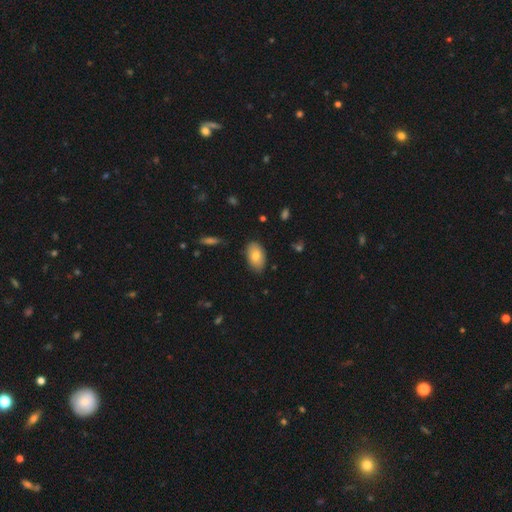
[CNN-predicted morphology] type=smooth (77%); roundness=in between (93%); merging=none (82%).